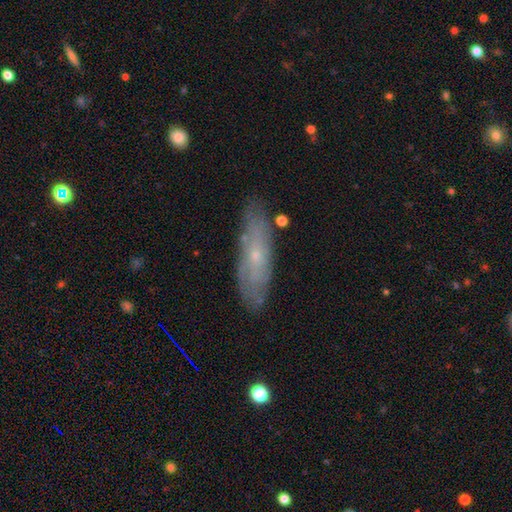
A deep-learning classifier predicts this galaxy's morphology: smooth_or_featured: featured or disk (p=0.58) [alt: smooth p=0.35]
disk_edge_on: no (p=0.67) [alt: yes p=0.33]
merging: none (p=0.79) [alt: minor disturbance p=0.16]